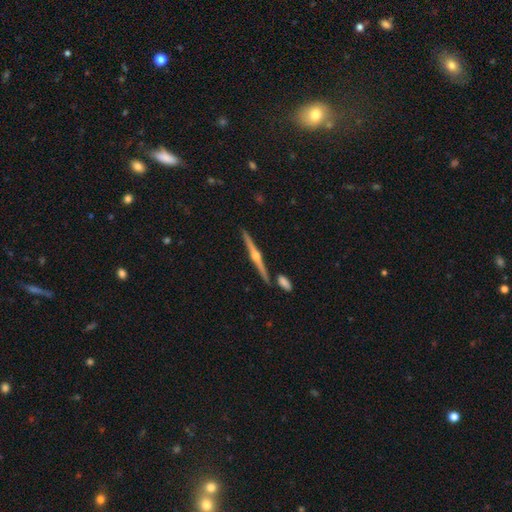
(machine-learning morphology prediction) The model was most divided on "smooth or featured": featured or disk: 86%, smooth: 9%, star or artifact: 5%. More confident: edge-on disk — yes (98%); edge-on bulge — rounded (95%); merging — none (87%).